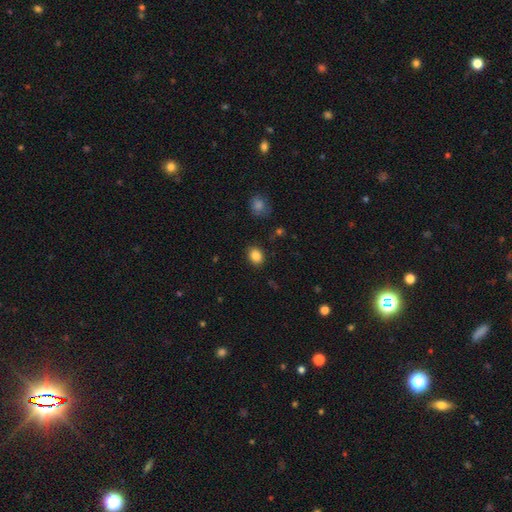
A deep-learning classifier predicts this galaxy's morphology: A smooth galaxy with no disk features (86%) that is in between round and cigar-shaped (52%). Merging: none (87%).